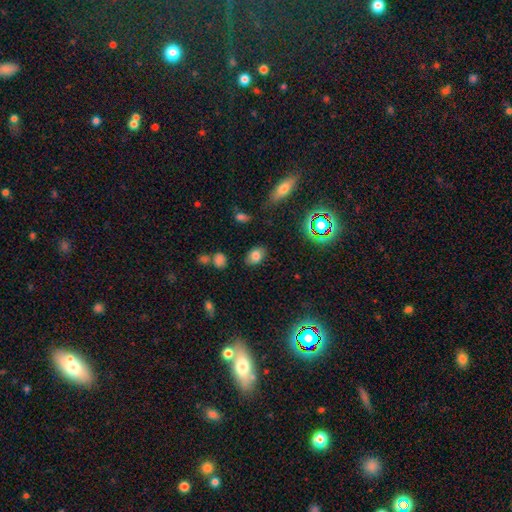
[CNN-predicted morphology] Smooth or featured? smooth (76%)
How rounded? in between (80%)
Merging? none (82%)